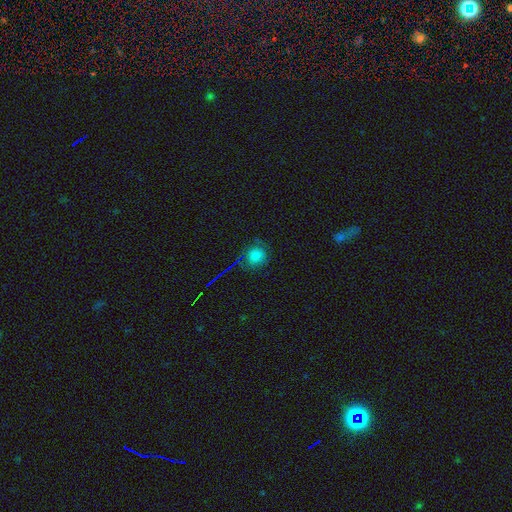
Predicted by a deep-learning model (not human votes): Smooth or featured? Predicted: smooth (p=0.75). How rounded? Predicted: round (p=0.88). Merging? Predicted: none (p=0.75).